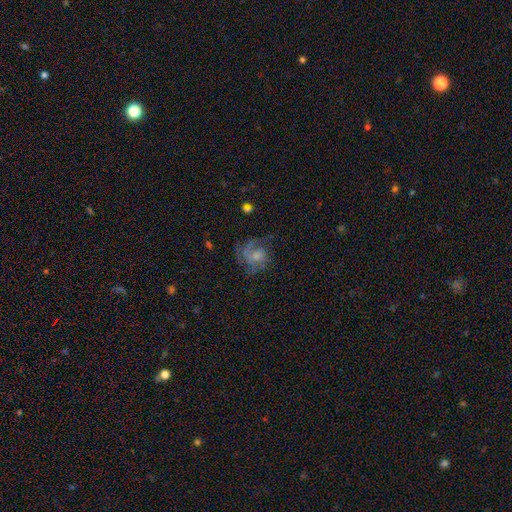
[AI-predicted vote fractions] A featured or disk galaxy (71%) with no bar (70%), 2 (26%, tied with can't tell) medium (45%) spiral arms (91%) and a small central bulge (42%).

Vote fractions:
- Smooth or featured? featured or disk: 71% / smooth: 16% / star or artifact: 12%
- Edge-on disk? no: 98% / yes: 2%
- Bar? no: 70% / weak: 27% / strong: 4%
- Spiral arms? yes: 91% / no: 9%
- Spiral winding? medium: 45% / tight: 36% / loose: 19%
- Spiral arm count? 2: 26% (tied) / can't tell: 26% (tied) / 3: 25% / 1: 13% / 4: 6% / more than 4: 5%
- Bulge size? small: 42% / moderate: 39% / none: 12% / large: 6% / dominant: 2%
- Merging? none: 60% / major disturbance: 20% / minor disturbance: 18% / merger: 2%